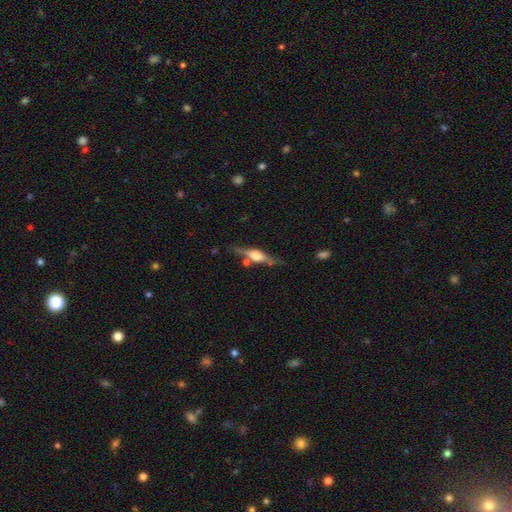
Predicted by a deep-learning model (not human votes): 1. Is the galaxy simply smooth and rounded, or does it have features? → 74% featured or disk, 19% smooth, 6% star or artifact.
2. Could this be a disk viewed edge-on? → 96% yes, 4% no.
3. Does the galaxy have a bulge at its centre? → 84% rounded, 13% boxy, 2% none.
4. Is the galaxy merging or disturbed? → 75% none, 14% minor disturbance, 7% merger, 4% major disturbance.